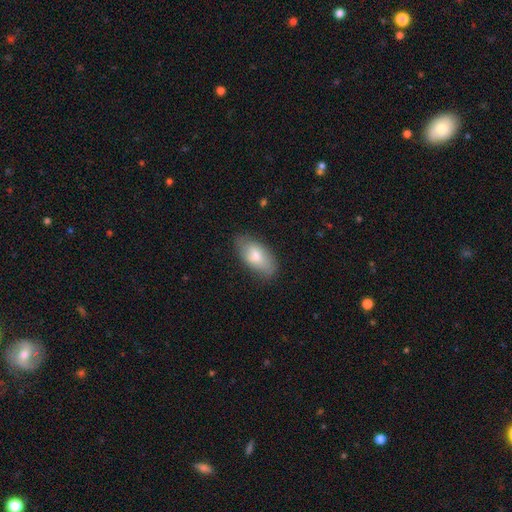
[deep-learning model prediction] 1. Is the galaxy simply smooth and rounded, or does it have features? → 72% smooth, 21% featured or disk, 6% star or artifact.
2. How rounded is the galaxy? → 92% in between, 5% cigar-shaped, 3% round.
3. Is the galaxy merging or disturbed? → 79% none, 17% minor disturbance, 3% major disturbance, 1% merger.